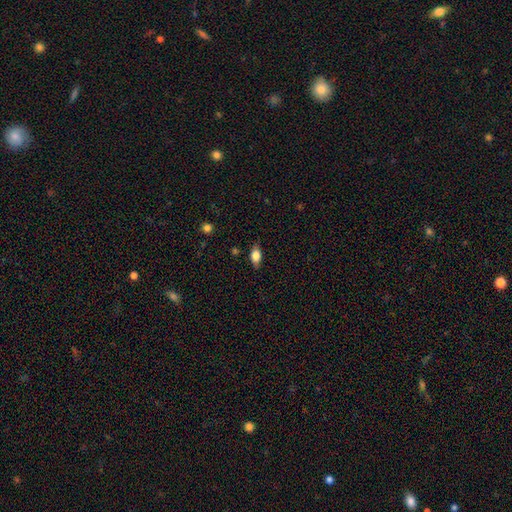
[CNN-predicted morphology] Q: Smooth or featured?
A: smooth (76%); runner-up: featured or disk (16%)
Q: How rounded?
A: in between (85%); runner-up: cigar-shaped (8%)
Q: Merging?
A: none (82%); runner-up: minor disturbance (14%)